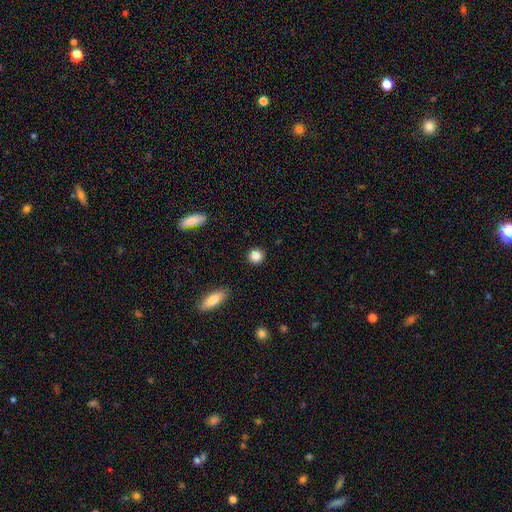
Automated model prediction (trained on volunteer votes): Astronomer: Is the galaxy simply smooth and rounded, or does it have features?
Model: smooth — 86%.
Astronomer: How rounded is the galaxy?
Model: round — 90%.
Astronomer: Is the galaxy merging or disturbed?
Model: none — 90%.